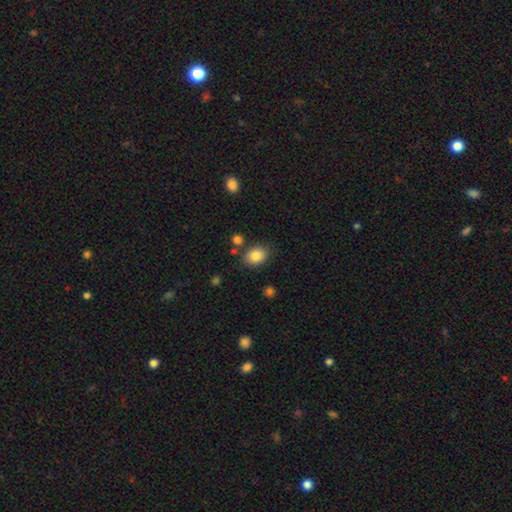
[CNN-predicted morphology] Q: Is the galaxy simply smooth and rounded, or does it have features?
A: smooth — 84%.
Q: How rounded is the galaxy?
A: in between — 63%.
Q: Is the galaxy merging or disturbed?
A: none — 78%.